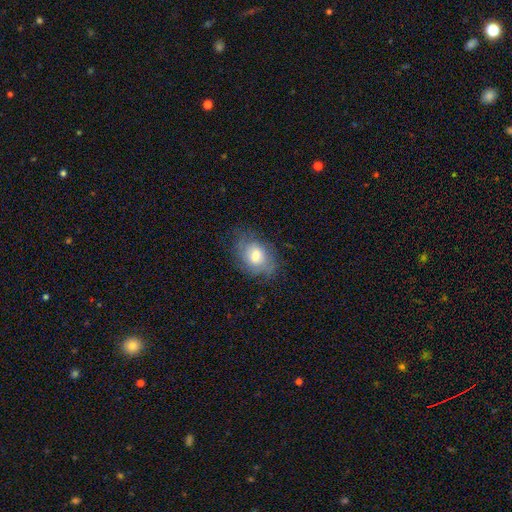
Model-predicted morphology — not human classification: smooth_or_featured: smooth (p=0.67) [alt: featured or disk p=0.25]
how_rounded: in between (p=0.77) [alt: round p=0.21]
merging: none (p=0.64) [alt: minor disturbance p=0.25]